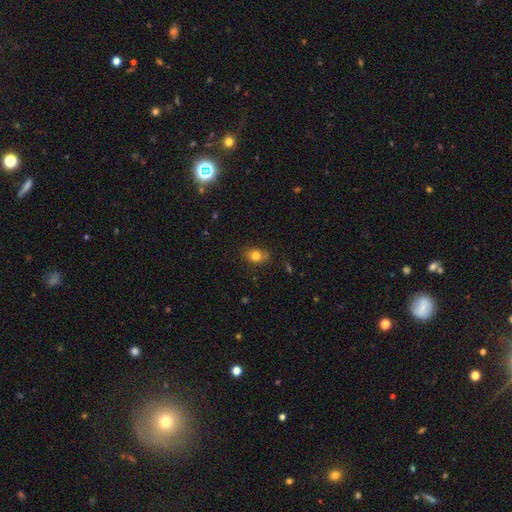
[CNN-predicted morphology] smooth-or-featured: smooth: 80% | star or artifact: 11% | featured or disk: 10%
  how-rounded: in between: 69% | round: 29% | cigar-shaped: 2%
  merging: none: 78% | minor disturbance: 17% | major disturbance: 3% | merger: 1%